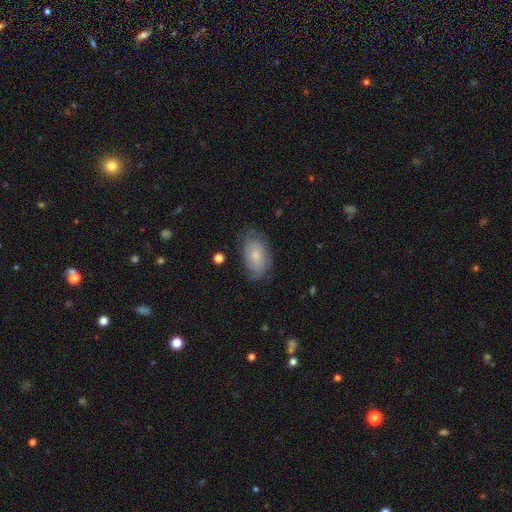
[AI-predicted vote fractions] A smooth galaxy with no disk features (59%) that is in between round and cigar-shaped (92%).

Vote fractions:
- Smooth or featured? smooth: 59% / featured or disk: 34% / star or artifact: 7%
- How rounded? in between: 92% / round: 6% / cigar-shaped: 3%
- Merging? none: 69% / minor disturbance: 22% / major disturbance: 7% / merger: 1%